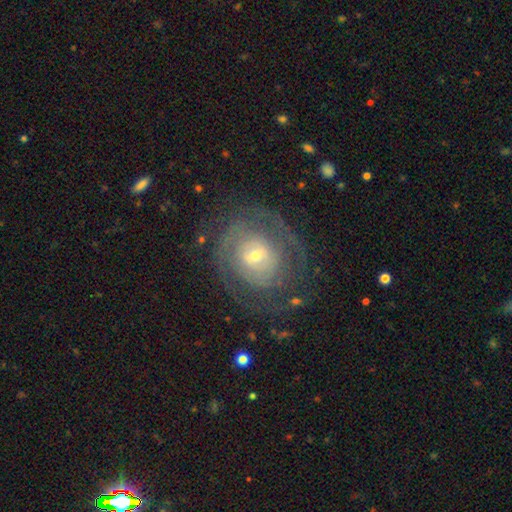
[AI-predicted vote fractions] Smooth or featured?
  - featured or disk: 75% *
  - smooth: 18%
  - star or artifact: 7%
Edge-on disk?
  - no: 97% *
  - yes: 3%
Bar?
  - no: 56% *
  - weak: 35%
  - strong: 8%
Spiral arms?
  - yes: 81% *
  - no: 19%
Spiral winding?
  - tight: 67% *
  - medium: 23%
  - loose: 9%
Spiral arm count?
  - can't tell: 44% *
  - 2: 29%
  - 3: 10%
  - 1: 7%
  - 4: 6%
  - more than 4: 5%
Bulge size?
  - small: 60% *
  - moderate: 33%
  - large: 4%
  - none: 1%
  - dominant: 1%
Merging?
  - none: 70% *
  - minor disturbance: 16%
  - major disturbance: 13%
  - merger: 2%